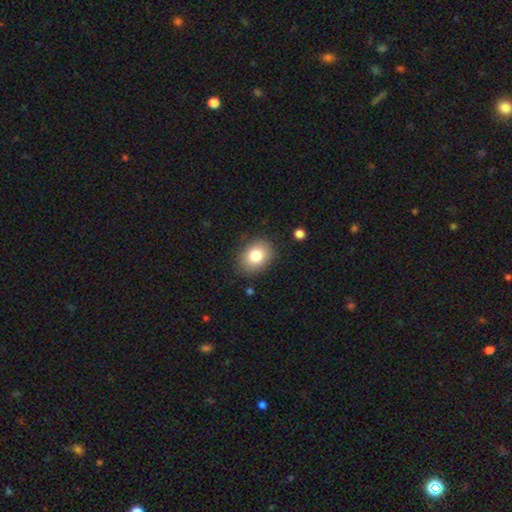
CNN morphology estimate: This appears to be a smooth galaxy with no disk features (80%) that is in between round and cigar-shaped (55%). Merging: none (85%).